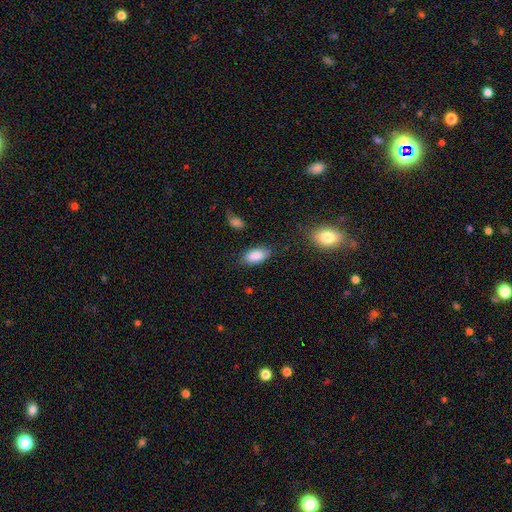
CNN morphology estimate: The model was most divided on "merging": none: 78%, minor disturbance: 15%, major disturbance: 4%, merger: 3%. More confident: how rounded — in between (92%); smooth or featured — smooth (87%).